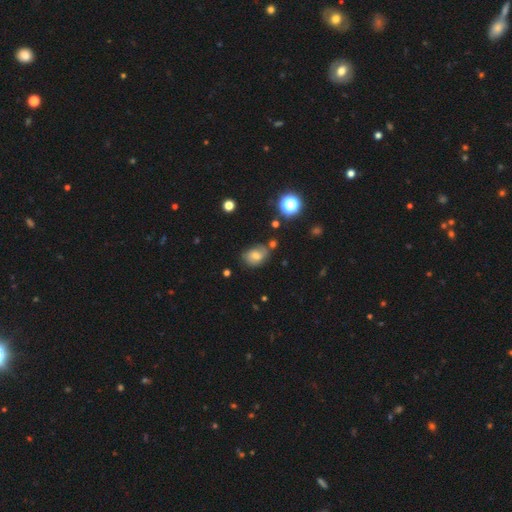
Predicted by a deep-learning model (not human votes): This appears to be a smooth galaxy with no disk features (65%) that is in between round and cigar-shaped (71%). Merging: none (59%).